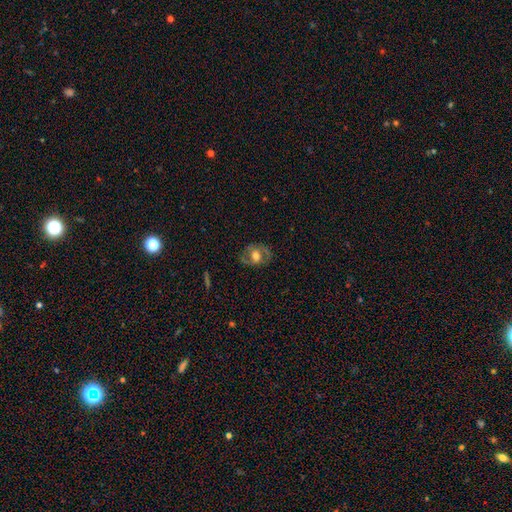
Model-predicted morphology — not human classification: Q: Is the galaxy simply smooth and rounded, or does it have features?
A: featured or disk — 64%.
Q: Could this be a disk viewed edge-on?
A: no — 95%.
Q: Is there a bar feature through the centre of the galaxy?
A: no — 46%.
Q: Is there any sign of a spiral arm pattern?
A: yes — 74%.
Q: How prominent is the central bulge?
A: moderate — 62%.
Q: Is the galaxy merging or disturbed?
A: none — 76%.